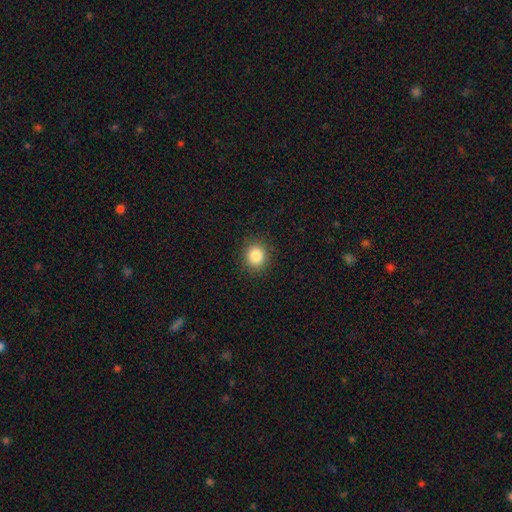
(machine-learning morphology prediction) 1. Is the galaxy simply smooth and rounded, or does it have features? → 85% smooth, 11% star or artifact, 5% featured or disk.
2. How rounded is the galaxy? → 85% round, 15% in between, 1% cigar-shaped.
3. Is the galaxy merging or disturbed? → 90% none, 7% minor disturbance, 2% major disturbance, 1% merger.